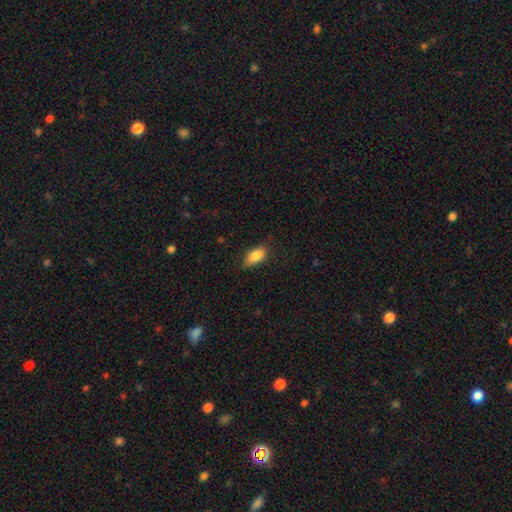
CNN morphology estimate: This appears to be a smooth galaxy with no disk features (86%) that is in between round and cigar-shaped (89%). Merging: none (78%).